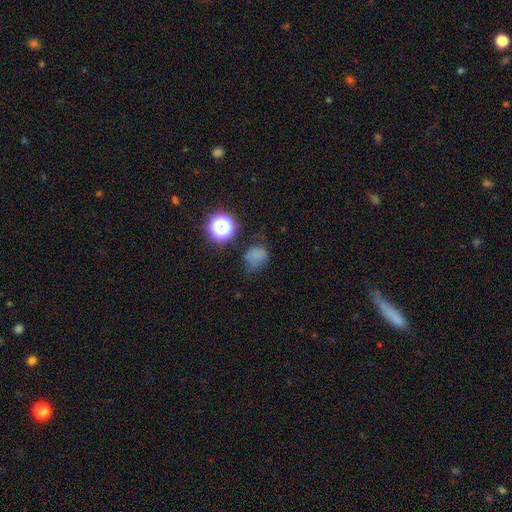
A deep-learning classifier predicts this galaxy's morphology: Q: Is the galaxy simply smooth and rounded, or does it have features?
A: smooth — 67%.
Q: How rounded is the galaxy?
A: round — 63%.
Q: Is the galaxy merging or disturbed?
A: none — 48%.